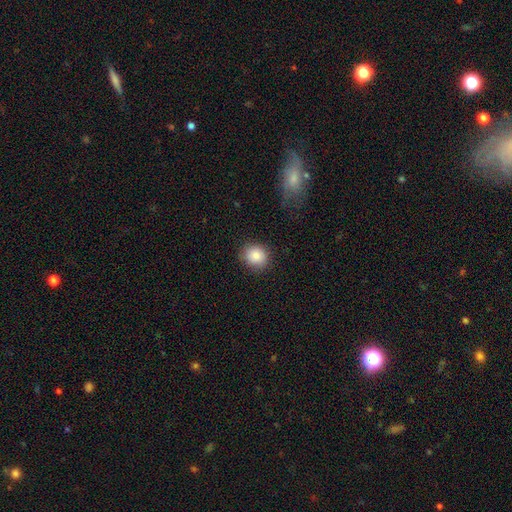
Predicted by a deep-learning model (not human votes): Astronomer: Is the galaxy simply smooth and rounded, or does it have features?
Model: smooth — 84%.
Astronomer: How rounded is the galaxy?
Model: round — 81%.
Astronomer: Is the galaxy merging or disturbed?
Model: none — 85%.